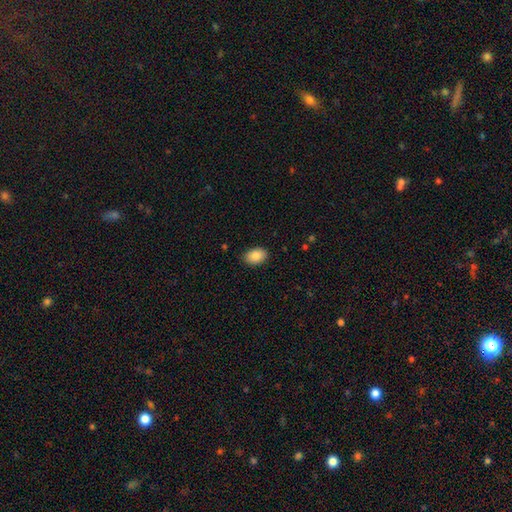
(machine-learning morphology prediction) Smooth or featured? Predicted: smooth (p=0.88). How rounded? Predicted: in between (p=0.86). Merging? Predicted: none (p=0.88).